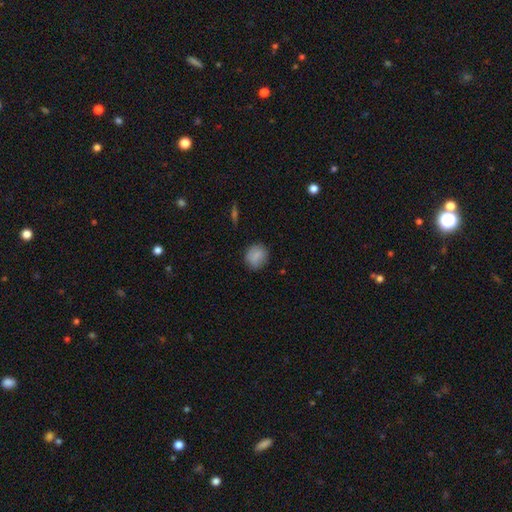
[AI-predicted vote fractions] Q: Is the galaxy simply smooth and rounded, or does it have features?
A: smooth — 85%.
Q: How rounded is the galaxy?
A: round — 82%.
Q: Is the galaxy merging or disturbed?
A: none — 84%.